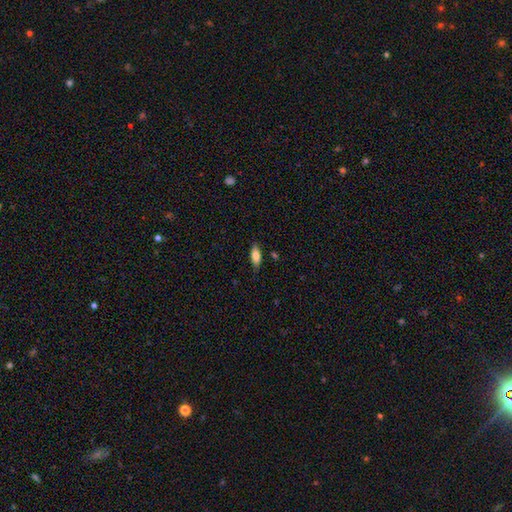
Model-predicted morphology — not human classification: A smooth galaxy with no disk features (76%) that is in between round and cigar-shaped (74%).

Vote fractions:
- Smooth or featured? smooth: 76% / featured or disk: 17% / star or artifact: 7%
- How rounded? in between: 74% / cigar-shaped: 23% / round: 2%
- Merging? none: 80% / minor disturbance: 15% / major disturbance: 3% / merger: 2%